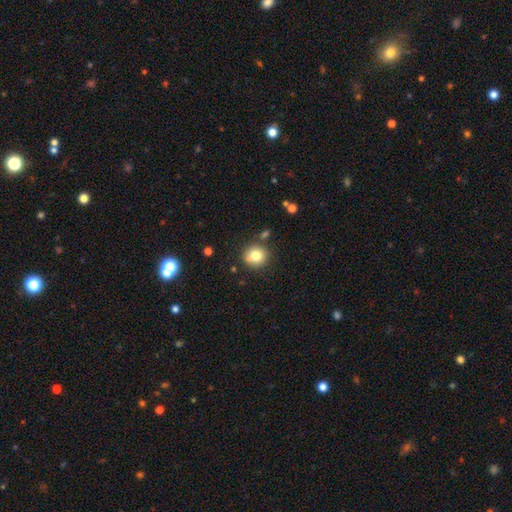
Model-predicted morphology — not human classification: smooth-or-featured: smooth: 81% | star or artifact: 11% | featured or disk: 9%
  how-rounded: round: 88% | in between: 11% | cigar-shaped: 1%
  merging: none: 82% | minor disturbance: 10% | merger: 5% | major disturbance: 3%